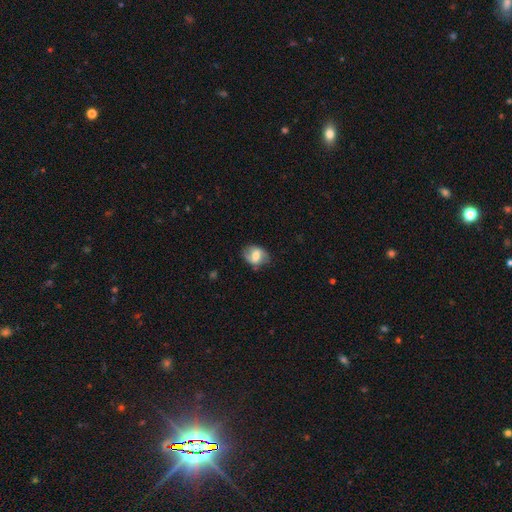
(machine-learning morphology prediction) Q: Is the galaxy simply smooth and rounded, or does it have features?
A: featured or disk — 47%.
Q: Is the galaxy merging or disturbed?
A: none — 71%.